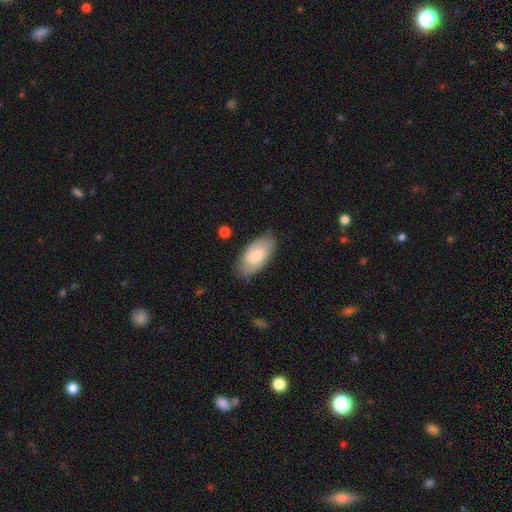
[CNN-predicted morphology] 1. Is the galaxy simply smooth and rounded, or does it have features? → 66% smooth, 29% featured or disk, 6% star or artifact.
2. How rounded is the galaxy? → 94% in between, 4% cigar-shaped, 3% round.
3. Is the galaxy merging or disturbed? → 79% none, 16% minor disturbance, 4% major disturbance, 2% merger.